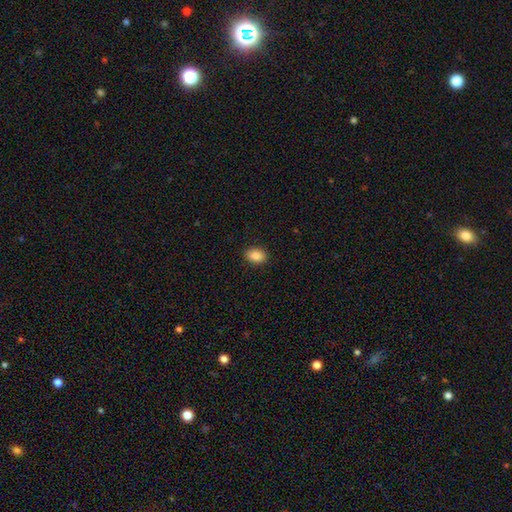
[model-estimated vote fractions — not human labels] This appears to be a smooth galaxy with no disk features (87%) that is in between round and cigar-shaped (78%). Merging: none (90%).